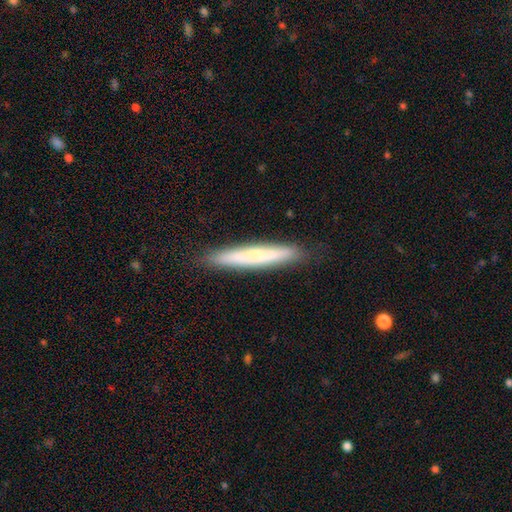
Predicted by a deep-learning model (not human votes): A smooth galaxy with no disk features (59%) that is cigar-shaped (95%). Merging: none (88%).